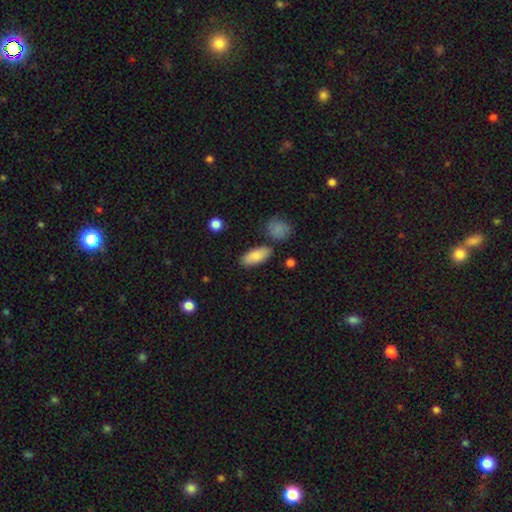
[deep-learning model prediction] Morphology: type=smooth (84%); roundness=in between (87%); merging=none (79%).